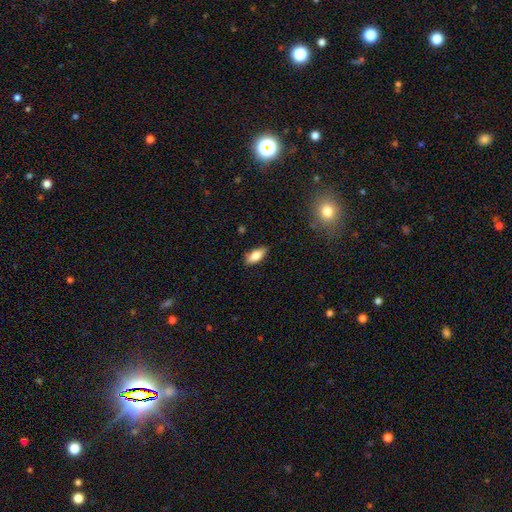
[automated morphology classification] type=smooth (79%); roundness=in between (83%); merging=none (83%).